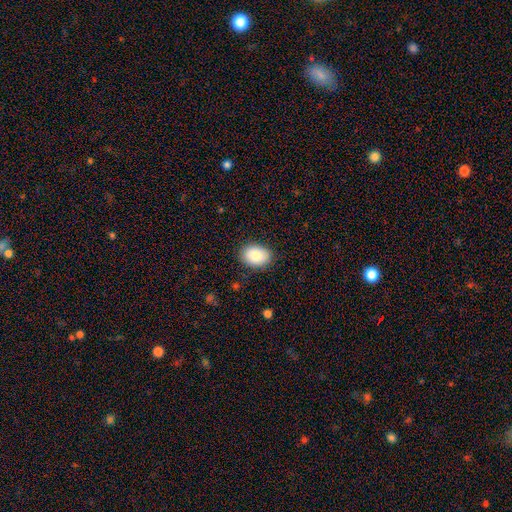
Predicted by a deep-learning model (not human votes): Overall: smooth (86%). How rounded: in between (75%). Merging: none (86%).